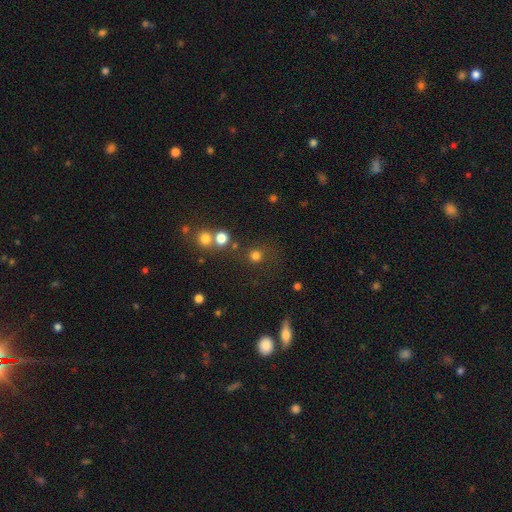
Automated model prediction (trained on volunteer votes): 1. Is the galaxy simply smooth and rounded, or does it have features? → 75% smooth, 19% star or artifact, 5% featured or disk.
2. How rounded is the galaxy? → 92% round, 7% in between, 1% cigar-shaped.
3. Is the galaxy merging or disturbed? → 76% none, 10% merger, 9% minor disturbance, 5% major disturbance.